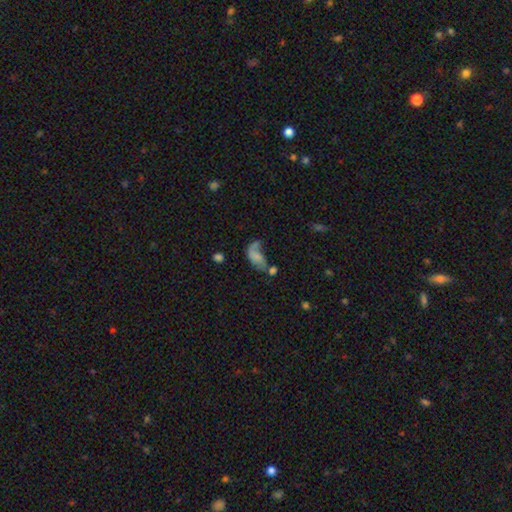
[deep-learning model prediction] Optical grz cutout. It shows a smooth galaxy with no disk features (50%) that is in between round and cigar-shaped (89%). Merging: major disturbance (31%).